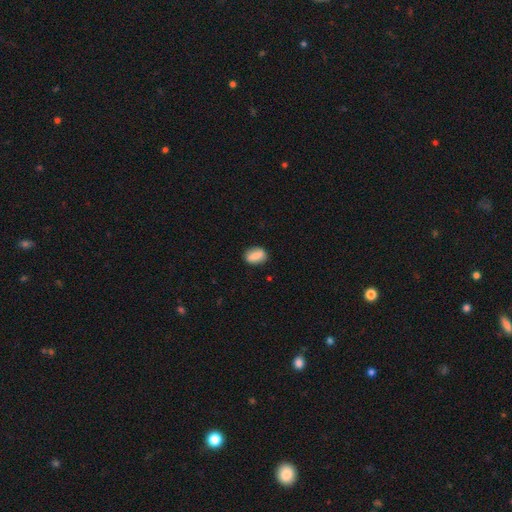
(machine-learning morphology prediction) type=smooth (78%); roundness=in between (79%); merging=none (83%).